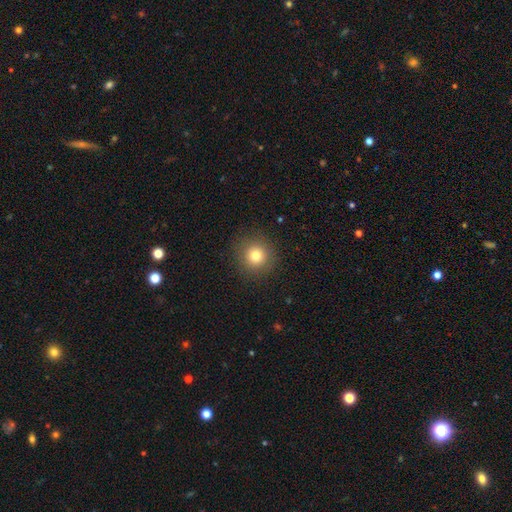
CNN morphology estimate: A smooth galaxy with no disk features (78%) that is round (94%).

Vote fractions:
- Smooth or featured? smooth: 78% / star or artifact: 13% / featured or disk: 9%
- How rounded? round: 94% / in between: 5% / cigar-shaped: 1%
- Merging? none: 90% / minor disturbance: 6% / major disturbance: 3% / merger: 1%